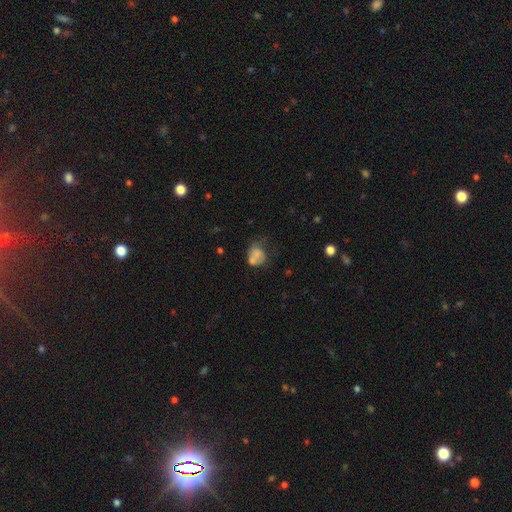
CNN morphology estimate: smooth-or-featured: smooth: 65% | featured or disk: 24% | star or artifact: 11%
  how-rounded: round: 51% | in between: 47% | cigar-shaped: 1%
  merging: merger: 30% | none: 28% | minor disturbance: 23% | major disturbance: 20%